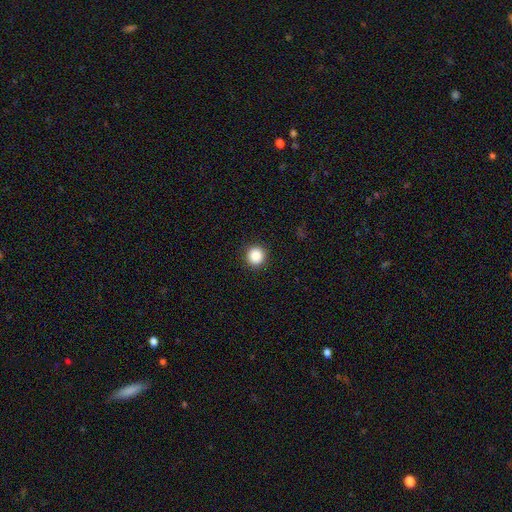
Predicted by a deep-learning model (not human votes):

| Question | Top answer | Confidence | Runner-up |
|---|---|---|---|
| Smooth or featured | smooth | 87% | star or artifact (10%) |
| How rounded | round | 93% | in between (6%) |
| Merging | none | 92% | minor disturbance (5%) |